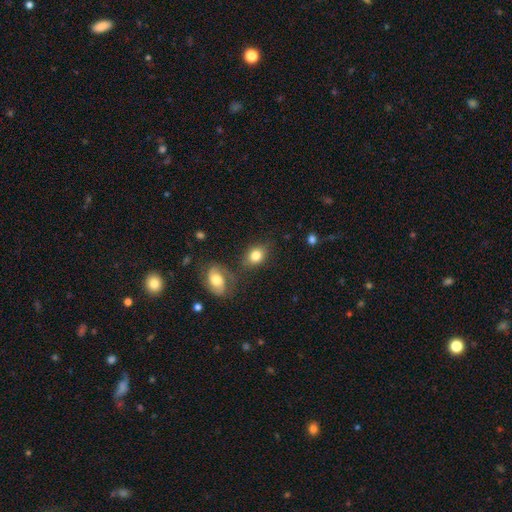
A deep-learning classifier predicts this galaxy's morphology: A smooth galaxy with no disk features (81%) that is in between round and cigar-shaped (61%). Merging: none (68%).